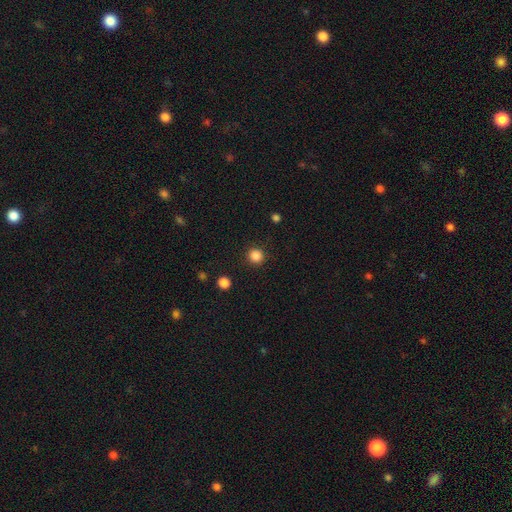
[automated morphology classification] smooth_or_featured: smooth (p=0.85) [alt: star or artifact p=0.11]
how_rounded: round (p=0.92) [alt: in between p=0.07]
merging: none (p=0.91) [alt: minor disturbance p=0.06]